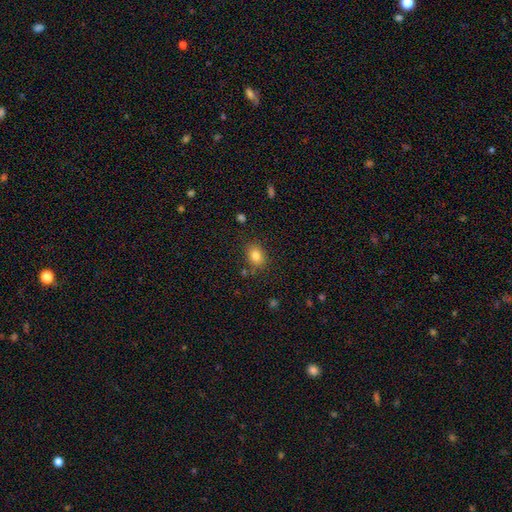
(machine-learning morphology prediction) Smooth or featured? Predicted: smooth (p=0.82). How rounded? Predicted: in between (p=0.61). Merging? Predicted: none (p=0.81).